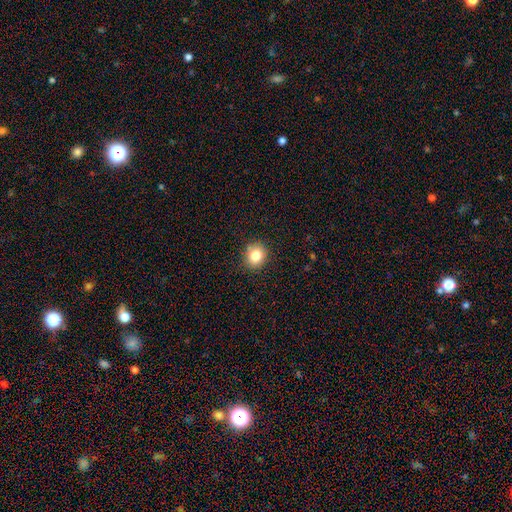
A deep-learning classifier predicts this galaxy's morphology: type=smooth (83%); roundness=round (75%); merging=none (86%).